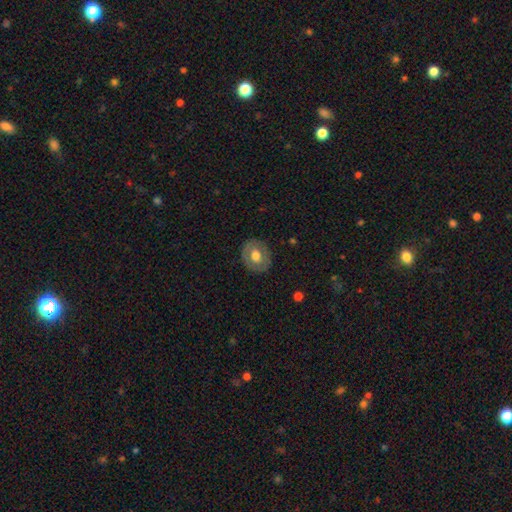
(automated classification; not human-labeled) smooth-or-featured: smooth: 55% | featured or disk: 39% | star or artifact: 6%
  how-rounded: round: 61% | in between: 38% | cigar-shaped: 1%
  merging: none: 84% | minor disturbance: 11% | major disturbance: 4% | merger: 1%